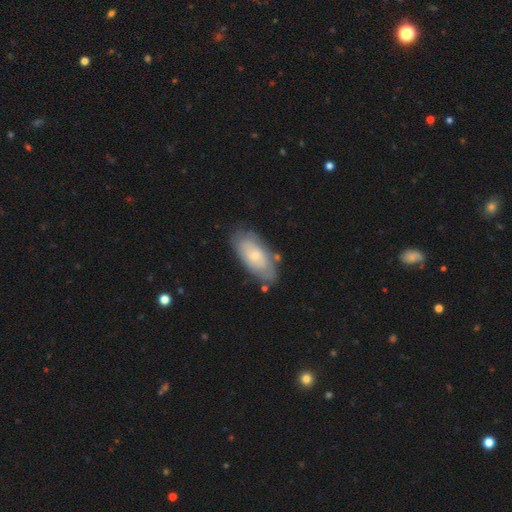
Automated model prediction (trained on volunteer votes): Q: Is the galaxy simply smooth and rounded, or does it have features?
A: smooth — 49%.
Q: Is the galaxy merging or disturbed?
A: none — 70%.